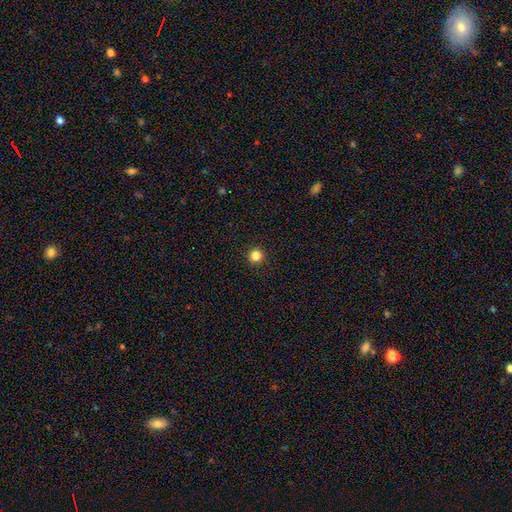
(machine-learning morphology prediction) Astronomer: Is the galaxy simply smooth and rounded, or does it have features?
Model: smooth — 84%.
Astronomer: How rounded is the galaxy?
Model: round — 96%.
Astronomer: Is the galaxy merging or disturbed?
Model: none — 93%.